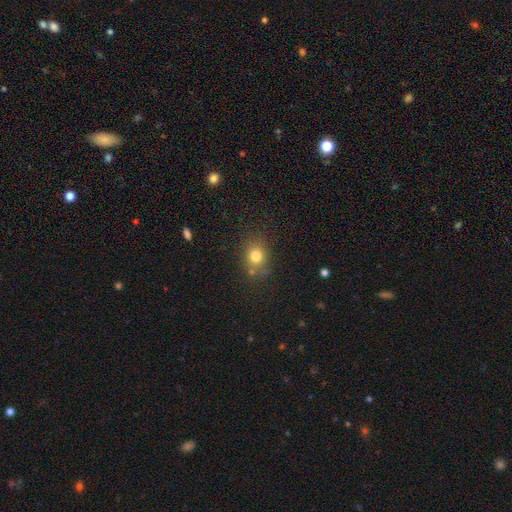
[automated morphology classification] Smooth or featured? smooth (77%)
How rounded? round (67%)
Merging? none (76%)